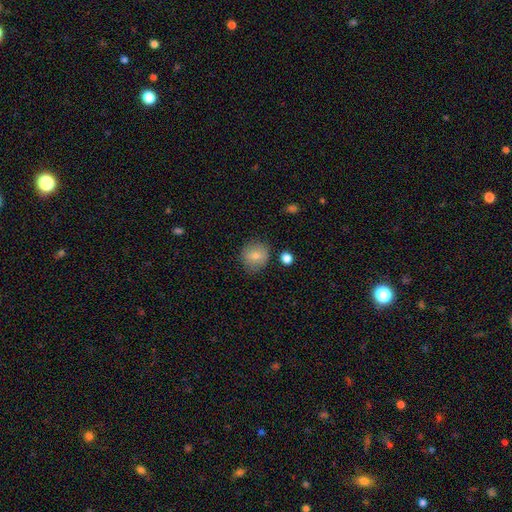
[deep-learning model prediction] A smooth galaxy with no disk features (78%) that is round (82%). Merging: none (79%).